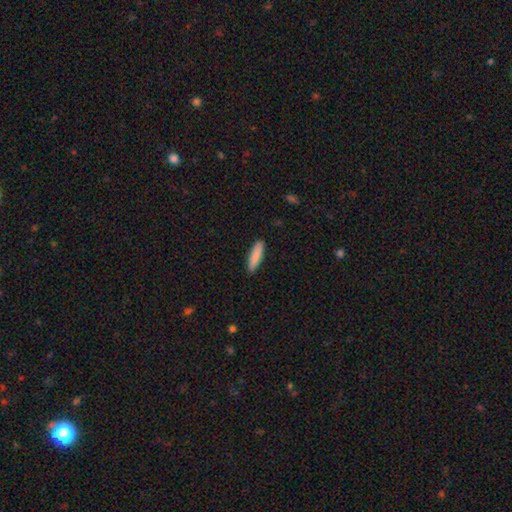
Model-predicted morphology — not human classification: Overall: smooth (87%). How rounded: cigar-shaped (74%). Merging: none (89%).